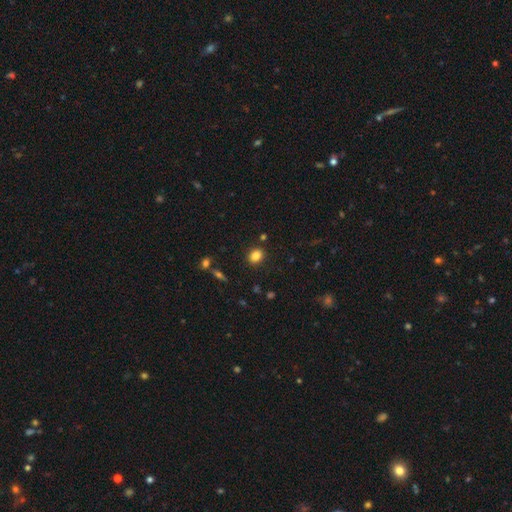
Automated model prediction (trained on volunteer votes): This appears to be a smooth galaxy with no disk features (84%) that is round (52%). Merging: none (87%).